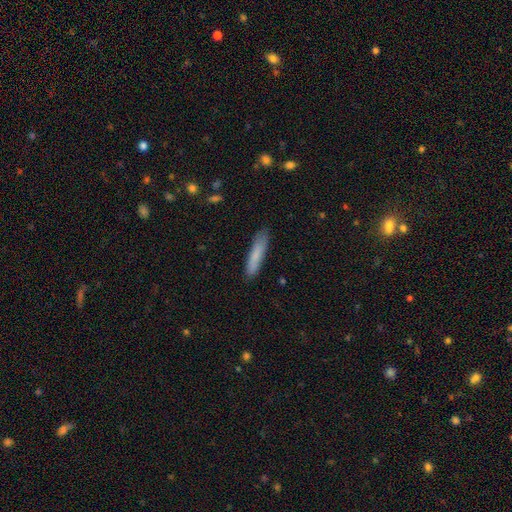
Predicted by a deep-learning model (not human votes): Smooth or featured: smooth — 79% (featured or disk — 15%)
How rounded: cigar-shaped — 87% (in between — 11%)
Merging: none — 83% (minor disturbance — 14%)